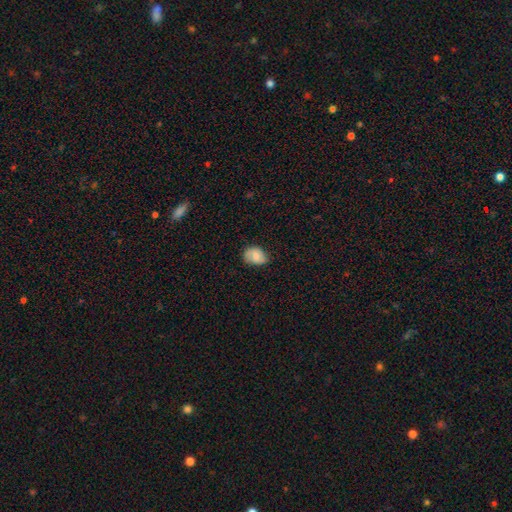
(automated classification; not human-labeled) Q: Smooth or featured?
A: smooth (74%); runner-up: featured or disk (18%)
Q: How rounded?
A: in between (72%); runner-up: round (27%)
Q: Merging?
A: none (72%); runner-up: minor disturbance (23%)